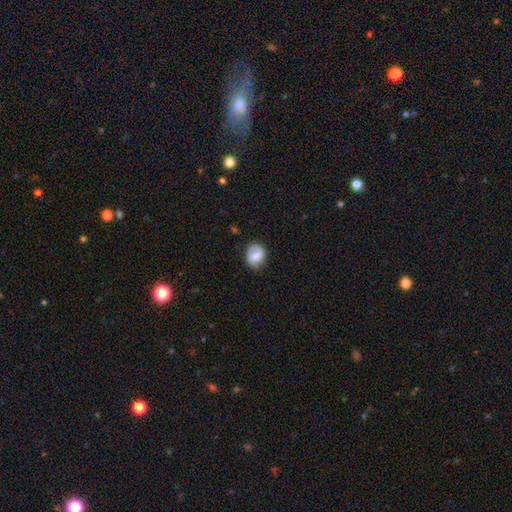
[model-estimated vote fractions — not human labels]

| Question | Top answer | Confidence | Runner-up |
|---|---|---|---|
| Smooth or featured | smooth | 68% | featured or disk (24%) |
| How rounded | round | 53% | in between (46%) |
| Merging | none | 70% | minor disturbance (21%) |